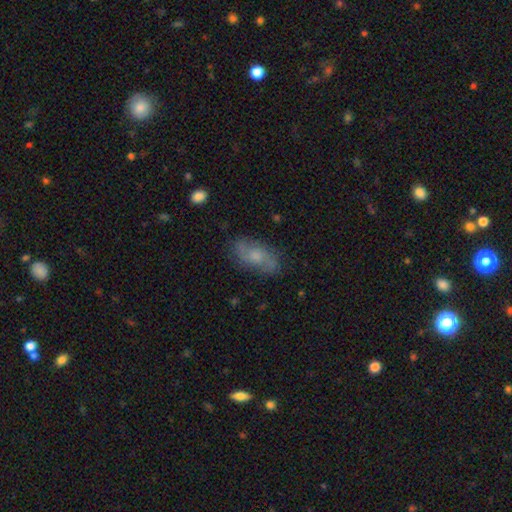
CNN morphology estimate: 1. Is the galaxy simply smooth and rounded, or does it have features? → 50% featured or disk, 41% smooth, 9% star or artifact.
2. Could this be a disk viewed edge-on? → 90% no, 10% yes.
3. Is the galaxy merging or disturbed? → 76% none, 17% minor disturbance, 5% major disturbance, 2% merger.